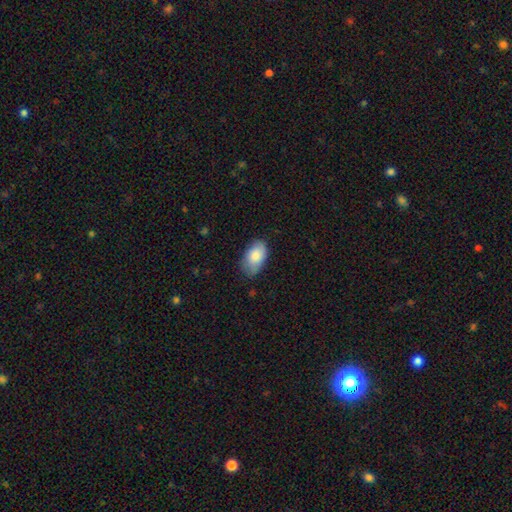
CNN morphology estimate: A smooth galaxy with no disk features (83%) that is in between round and cigar-shaped (93%).

Vote fractions:
- Smooth or featured? smooth: 83% / featured or disk: 10% / star or artifact: 7%
- How rounded? in between: 93% / round: 5% / cigar-shaped: 1%
- Merging? none: 71% / minor disturbance: 24% / major disturbance: 4% / merger: 1%